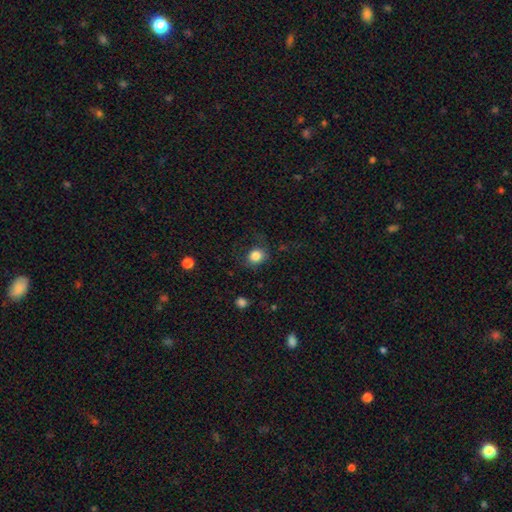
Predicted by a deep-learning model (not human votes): smooth-or-featured: smooth: 84% | star or artifact: 10% | featured or disk: 6%
  how-rounded: round: 71% | in between: 28% | cigar-shaped: 1%
  merging: none: 70% | minor disturbance: 18% | major disturbance: 10% | merger: 2%